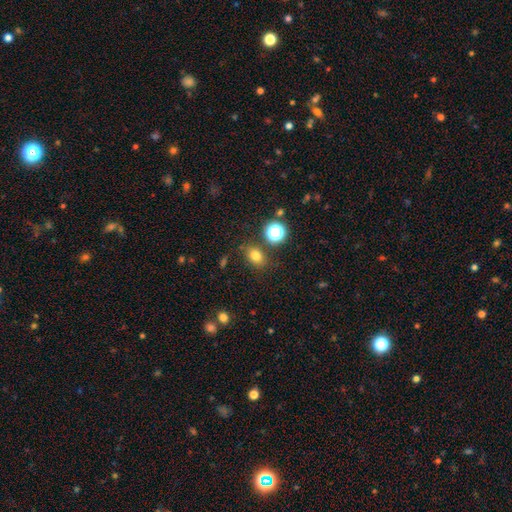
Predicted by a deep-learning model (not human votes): The model was most divided on "how rounded": in between: 58%, round: 40%, cigar-shaped: 1%. More confident: merging — none (80%); smooth or featured — smooth (77%).